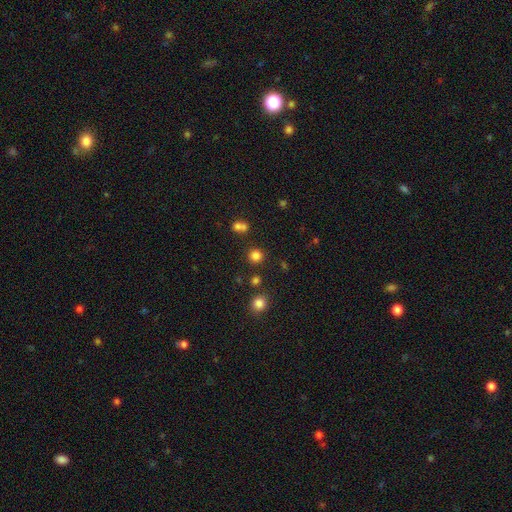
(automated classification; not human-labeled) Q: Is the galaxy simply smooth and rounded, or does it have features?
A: smooth — 80%.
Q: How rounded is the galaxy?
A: round — 92%.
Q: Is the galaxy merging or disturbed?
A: none — 83%.